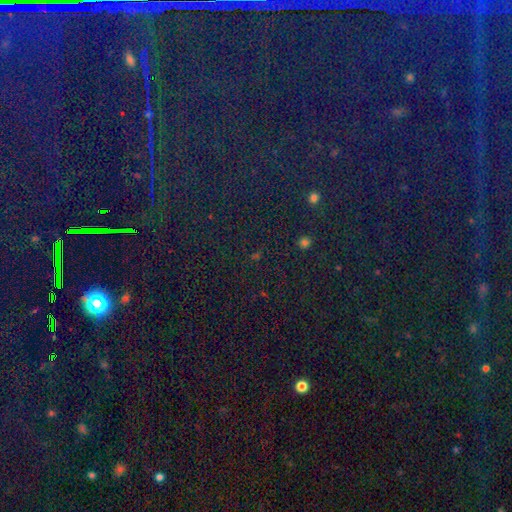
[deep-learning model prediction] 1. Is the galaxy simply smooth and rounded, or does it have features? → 82% star or artifact, 11% smooth, 7% featured or disk.